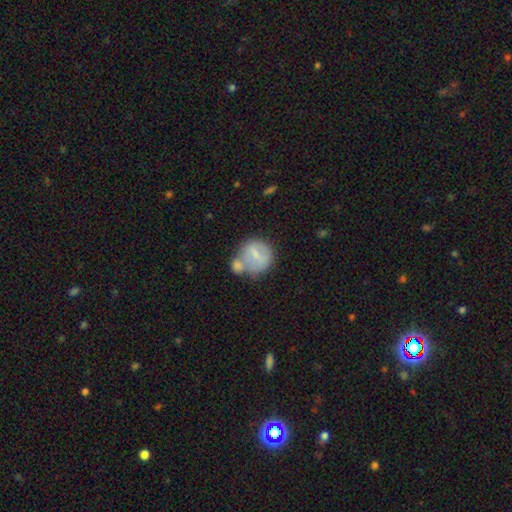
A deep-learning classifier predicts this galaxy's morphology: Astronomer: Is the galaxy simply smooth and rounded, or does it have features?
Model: smooth — 63%.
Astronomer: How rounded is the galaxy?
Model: round — 83%.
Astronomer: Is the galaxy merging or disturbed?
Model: merger — 42% (runner-up: none, 33%).